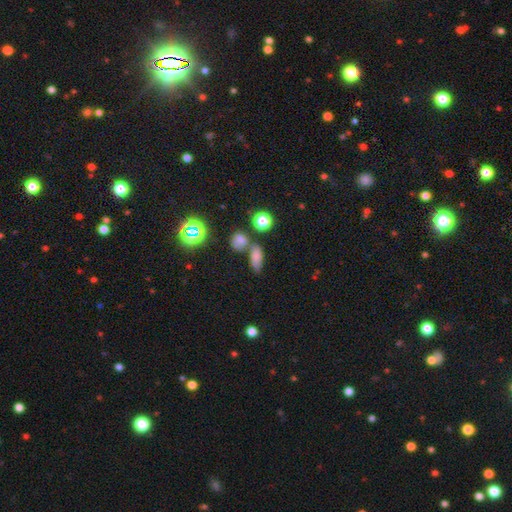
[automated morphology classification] Smooth or featured: smooth — 61% (star or artifact — 26%)
How rounded: in between — 68% (round — 18%)
Merging: none — 52% (merger — 28%)